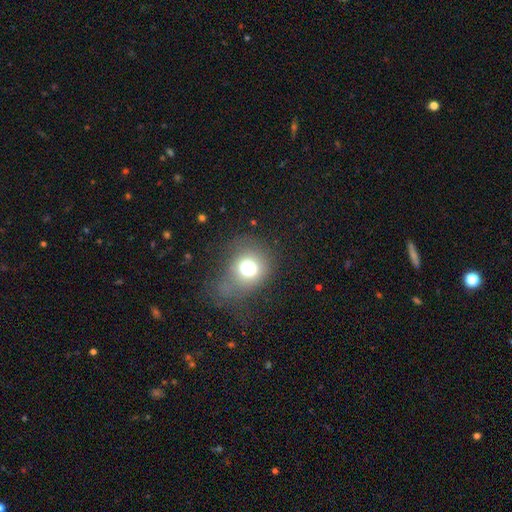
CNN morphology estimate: A smooth galaxy with no disk features (64%) that is round (75%).

Vote fractions:
- Smooth or featured? smooth: 64% / star or artifact: 22% / featured or disk: 14%
- How rounded? round: 75% / in between: 24% / cigar-shaped: 1%
- Merging? none: 51% / minor disturbance: 27% / major disturbance: 18% / merger: 4%